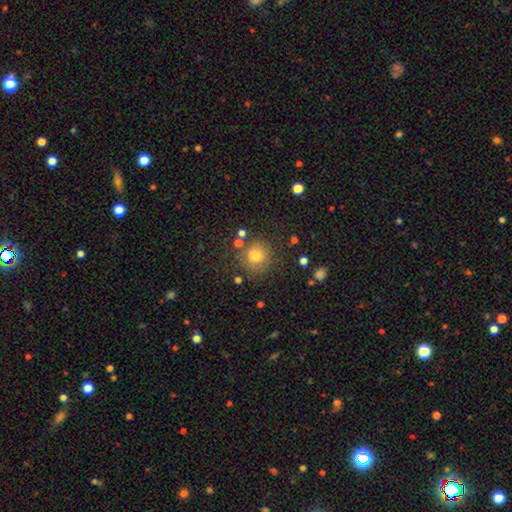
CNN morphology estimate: This is likely a smooth galaxy (77%). How rounded: clearly round (87%). Merging: likely none (76%).